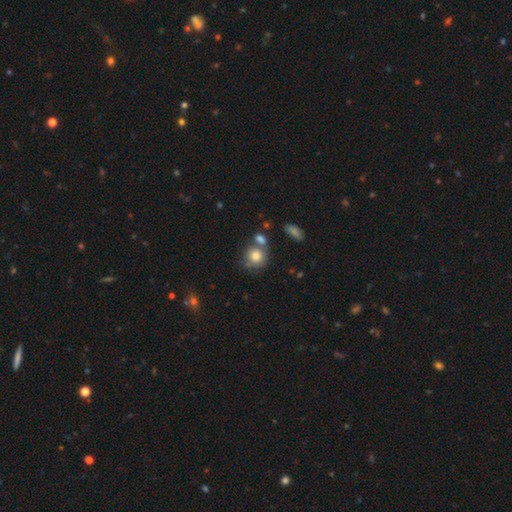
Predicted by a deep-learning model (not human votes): This appears to be a smooth galaxy with no disk features (81%) that is round (81%). Merging: none (52%).